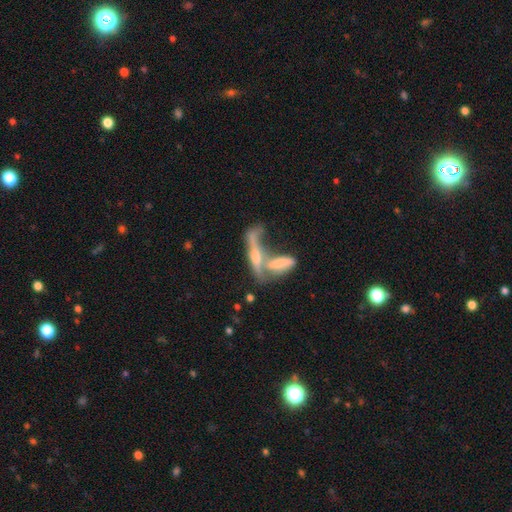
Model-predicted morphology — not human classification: A featured or disk galaxy (55%) viewed edge-on (67%).

Vote fractions:
- Smooth or featured? featured or disk: 55% / smooth: 35% / star or artifact: 9%
- Edge-on disk? yes: 67% / no: 33%
- Merging? merger: 62% / none: 20% / major disturbance: 10% / minor disturbance: 8%